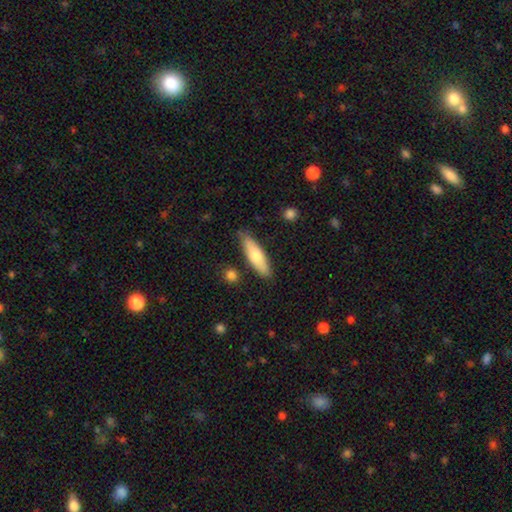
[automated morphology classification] A smooth galaxy with no disk features (67%) that is cigar-shaped (58%). Merging: none (82%).